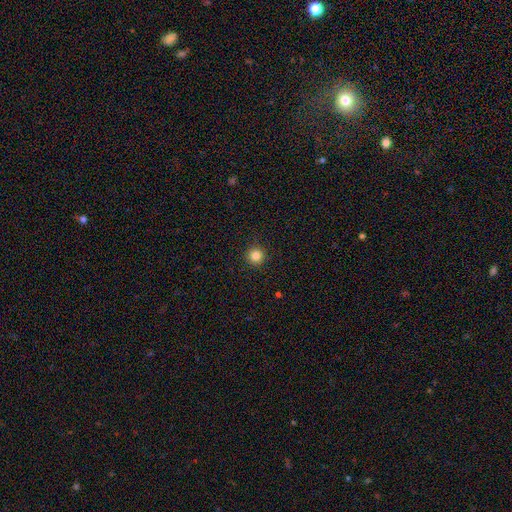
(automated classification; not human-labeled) This appears to be a smooth galaxy with no disk features (84%) that is round (96%). Merging: none (92%).